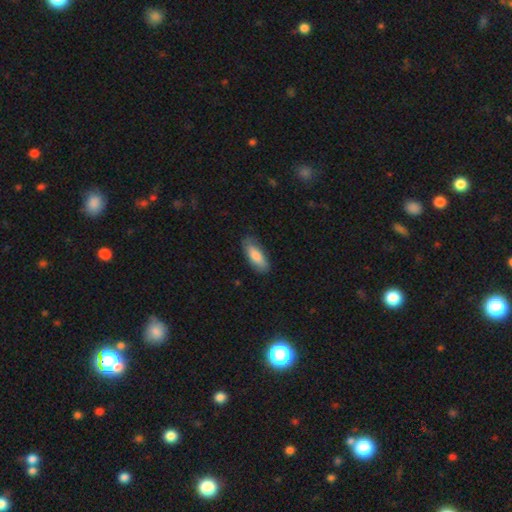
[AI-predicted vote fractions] A smooth galaxy with no disk features (82%) that is in between round and cigar-shaped (70%).

Vote fractions:
- Smooth or featured? smooth: 82% / featured or disk: 13% / star or artifact: 6%
- How rounded? in between: 70% / cigar-shaped: 28% / round: 2%
- Merging? none: 81% / minor disturbance: 15% / major disturbance: 3% / merger: 1%